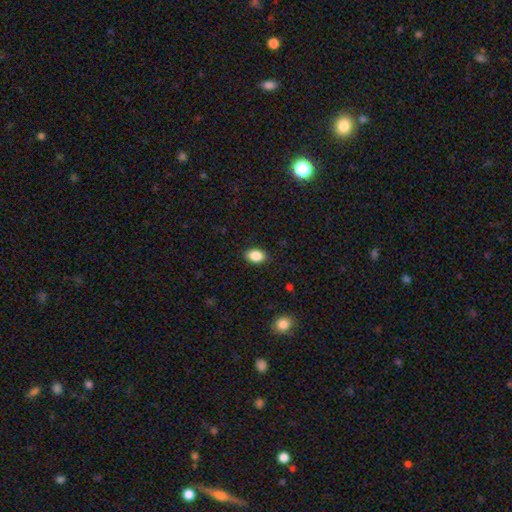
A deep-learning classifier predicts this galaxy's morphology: This is clearly a smooth galaxy (87%). How rounded: clearly in between (82%). Merging: clearly none (88%).